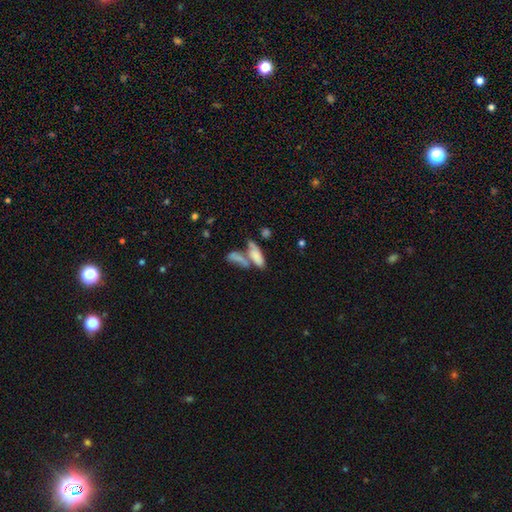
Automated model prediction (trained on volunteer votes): The model was most divided on "merging": merger: 56%, none: 26%, minor disturbance: 10%, major disturbance: 8%. More confident: smooth or featured — smooth (72%); how rounded — in between (70%).